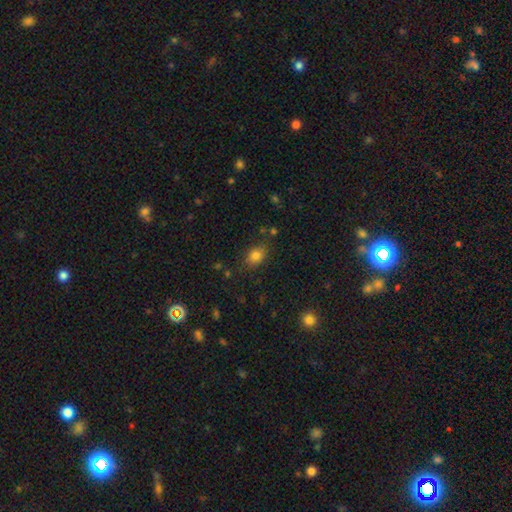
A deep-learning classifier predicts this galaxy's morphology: This is clearly a smooth galaxy (81%). How rounded: likely in between (68%). Merging: likely none (79%).